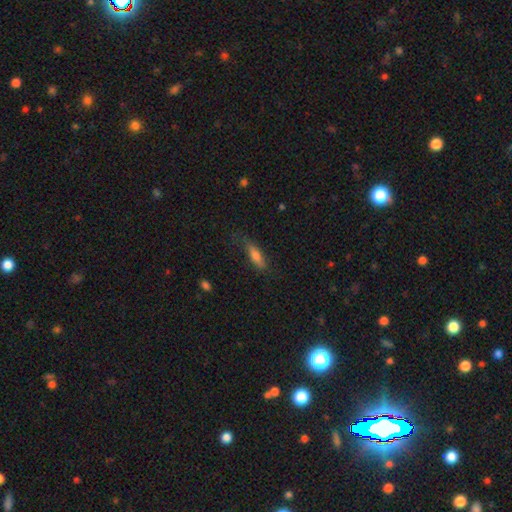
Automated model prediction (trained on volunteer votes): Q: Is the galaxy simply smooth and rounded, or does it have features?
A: smooth — 68%.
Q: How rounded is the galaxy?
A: cigar-shaped — 57%.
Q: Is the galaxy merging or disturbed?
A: none — 67%.